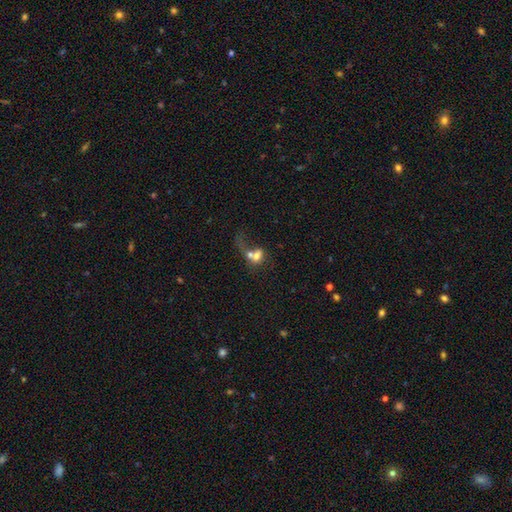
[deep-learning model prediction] A smooth galaxy with no disk features (57%) that is in between round and cigar-shaped (50%). Merging: merger (64%).